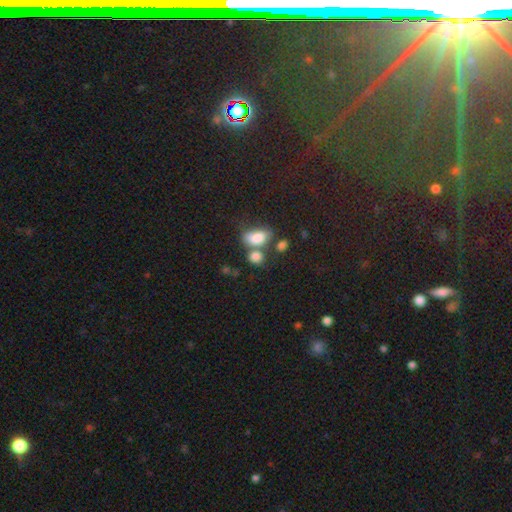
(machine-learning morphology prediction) smooth 79%, star or artifact 11%, featured or disk 10%. Down the decision tree: how rounded — in between (76%); merging — merger (39%, tied with none).